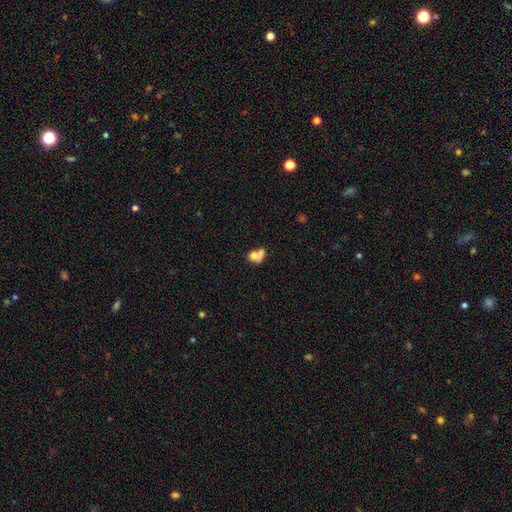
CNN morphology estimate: Smooth or featured?
  - smooth: 67% *
  - featured or disk: 21%
  - star or artifact: 12%
How rounded?
  - round: 52% *
  - in between: 45%
  - cigar-shaped: 3%
Merging?
  - merger: 50% *
  - none: 26%
  - major disturbance: 12%
  - minor disturbance: 12%